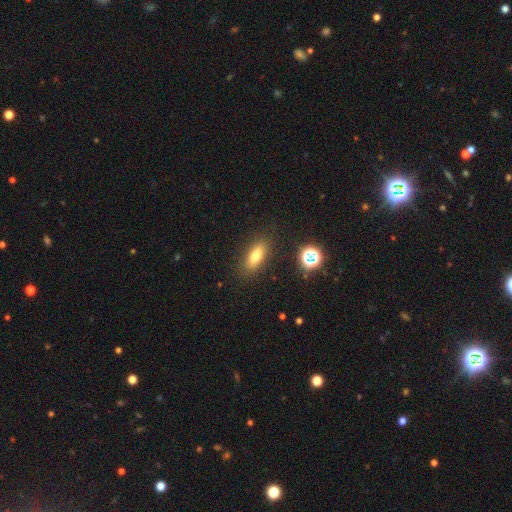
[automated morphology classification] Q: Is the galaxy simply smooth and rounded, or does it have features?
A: smooth — 74%.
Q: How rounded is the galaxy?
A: in between — 71%.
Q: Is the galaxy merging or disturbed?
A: none — 86%.